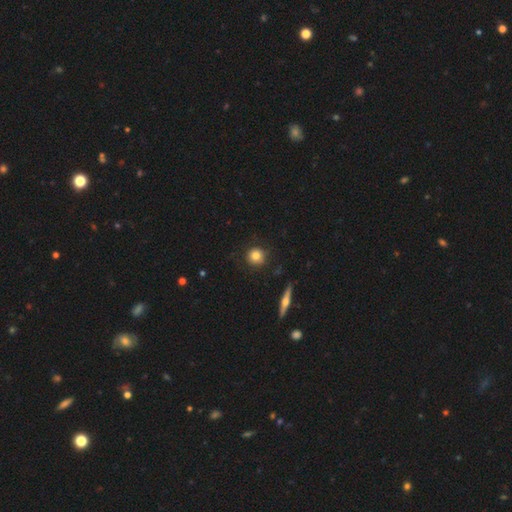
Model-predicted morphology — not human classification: smooth-or-featured: smooth: 80% | featured or disk: 11% | star or artifact: 9%
  how-rounded: round: 92% | in between: 7% | cigar-shaped: 2%
  merging: none: 87% | minor disturbance: 9% | major disturbance: 2% | merger: 2%